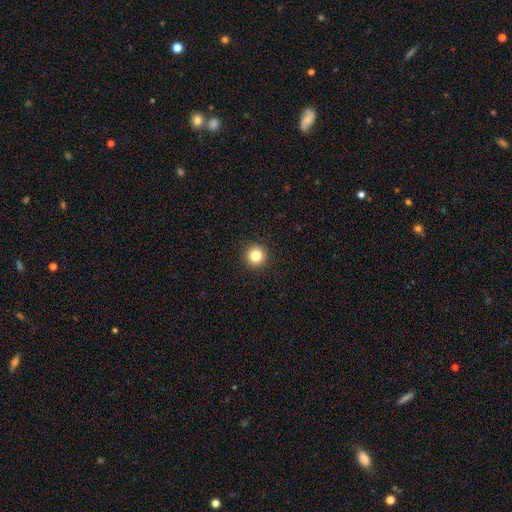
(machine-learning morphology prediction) Overall: smooth (83%). How rounded: round (95%). Merging: none (93%).